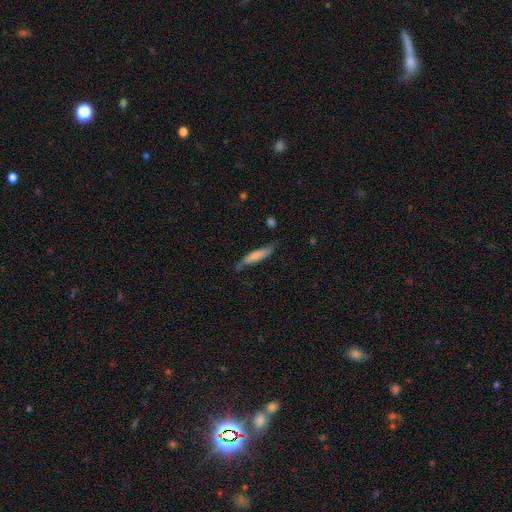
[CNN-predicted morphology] Q: Smooth or featured?
A: smooth (73%); runner-up: featured or disk (21%)
Q: How rounded?
A: cigar-shaped (86%); runner-up: in between (13%)
Q: Merging?
A: none (69%); runner-up: minor disturbance (23%)